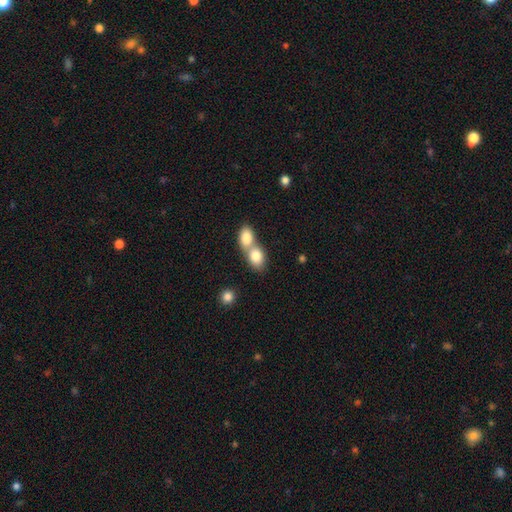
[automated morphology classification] This appears to be a smooth galaxy with no disk features (82%) that is in between round and cigar-shaped (71%). Merging: merger (72%).